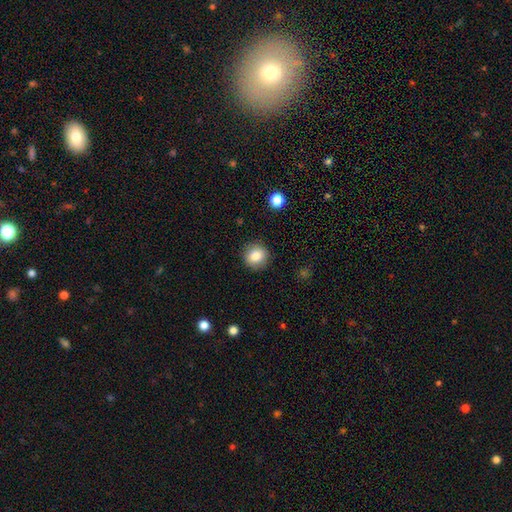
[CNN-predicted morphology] smooth 83%, star or artifact 9%, featured or disk 8%. Down the decision tree: how rounded — round (91%); merging — none (90%).